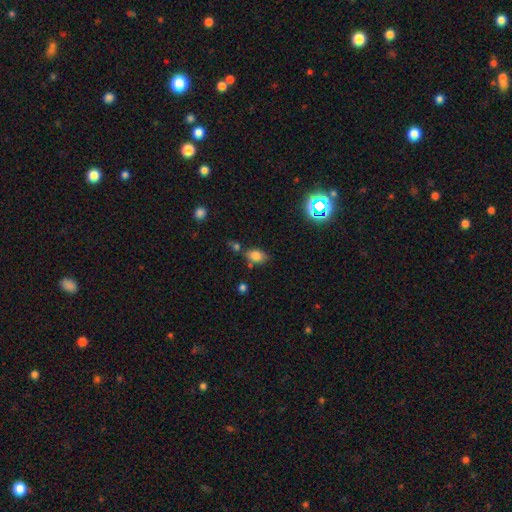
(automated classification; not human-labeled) smooth-or-featured: smooth: 79% | star or artifact: 12% | featured or disk: 8%
  how-rounded: in between: 82% | round: 15% | cigar-shaped: 2%
  merging: none: 65% | minor disturbance: 17% | merger: 13% | major disturbance: 5%